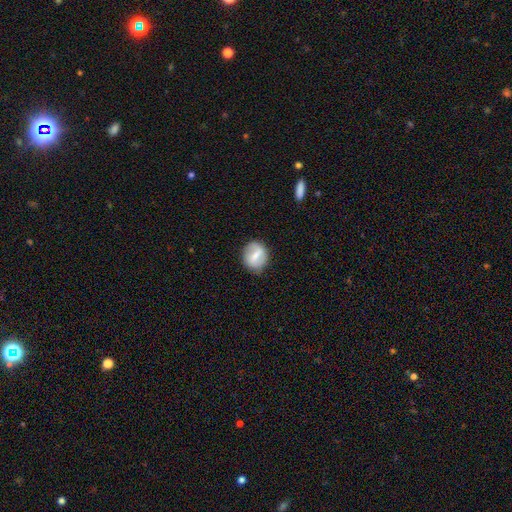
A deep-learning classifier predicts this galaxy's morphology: Overall: featured or disk (47%; smooth 46%). Merging: none (81%).